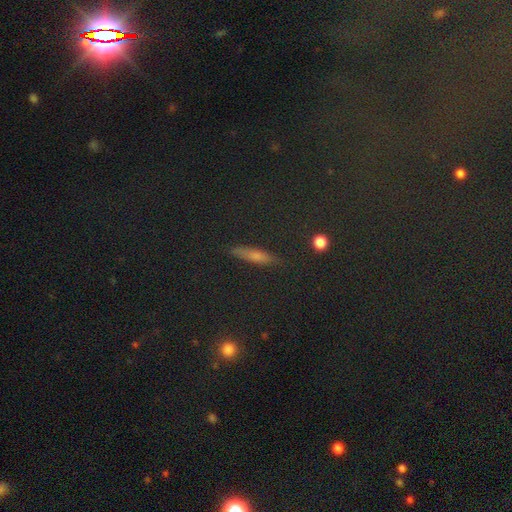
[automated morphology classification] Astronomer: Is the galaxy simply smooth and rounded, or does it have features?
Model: smooth — 52%.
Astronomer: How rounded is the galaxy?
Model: cigar-shaped — 77%.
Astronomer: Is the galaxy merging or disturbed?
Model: none — 88%.